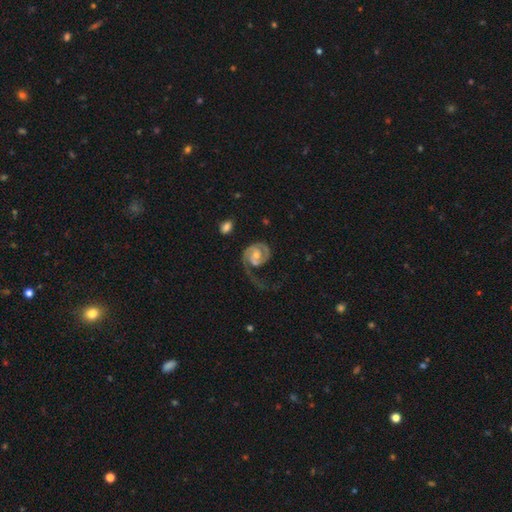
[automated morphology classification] This appears to be a featured or disk galaxy (87%) with no bar (55%), 2 (57%) tight (44%) spiral arms (96%) and a moderate central bulge (54%). Merging: major disturbance (41%).